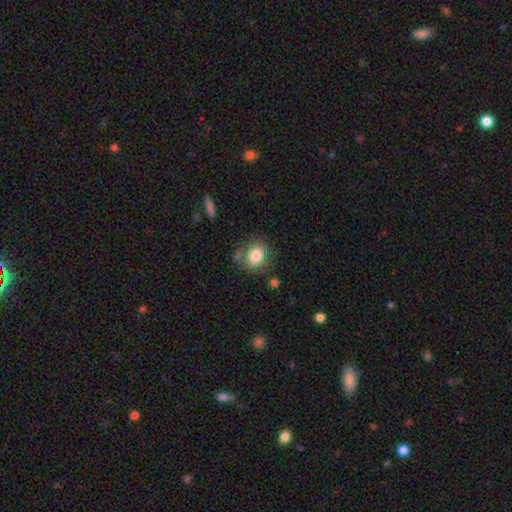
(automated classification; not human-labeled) Smooth or featured? smooth (81%)
How rounded? round (65%)
Merging? none (70%)